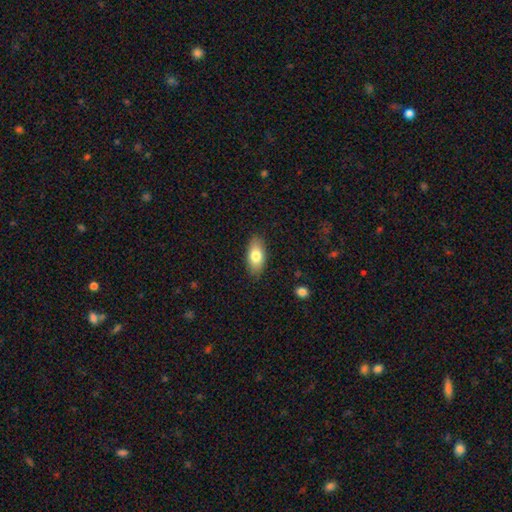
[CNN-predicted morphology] smooth-or-featured: smooth: 78% | featured or disk: 15% | star or artifact: 6%
  how-rounded: in between: 89% | cigar-shaped: 8% | round: 3%
  merging: none: 86% | minor disturbance: 11% | major disturbance: 2% | merger: 1%